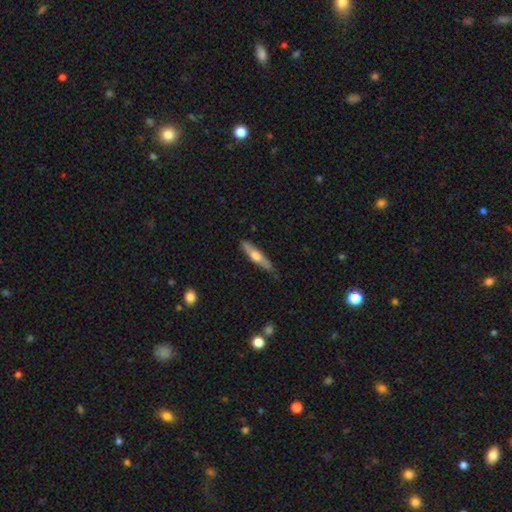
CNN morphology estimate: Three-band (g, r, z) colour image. It shows a smooth galaxy with no disk features (49%). Merging: none (81%).